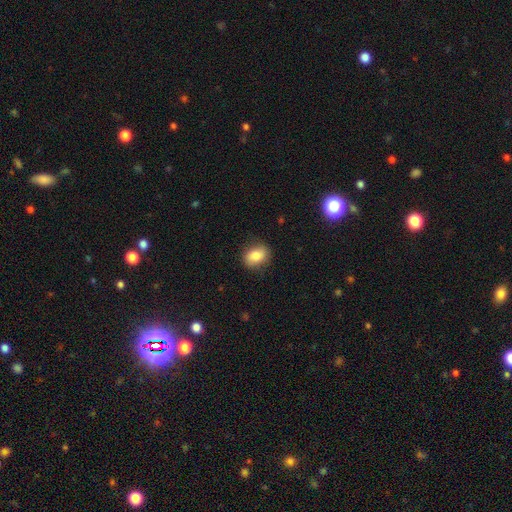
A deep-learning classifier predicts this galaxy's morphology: smooth-or-featured: smooth: 82% | featured or disk: 10% | star or artifact: 8%
  how-rounded: in between: 65% | round: 34% | cigar-shaped: 1%
  merging: none: 83% | minor disturbance: 13% | major disturbance: 3% | merger: 1%